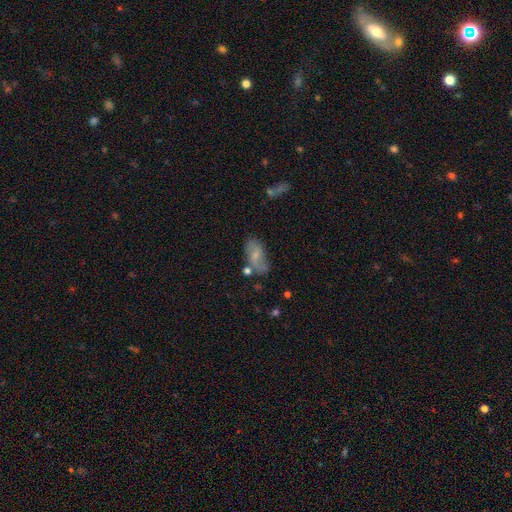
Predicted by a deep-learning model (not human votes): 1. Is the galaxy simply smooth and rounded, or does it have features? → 51% featured or disk, 40% smooth, 9% star or artifact.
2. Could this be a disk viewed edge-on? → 93% no, 7% yes.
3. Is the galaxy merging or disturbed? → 60% none, 22% minor disturbance, 9% merger, 9% major disturbance.